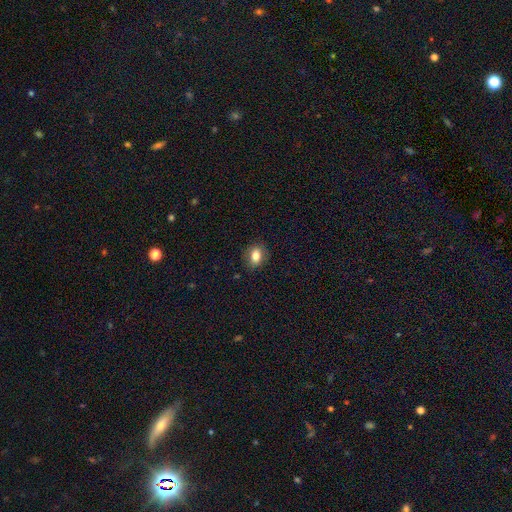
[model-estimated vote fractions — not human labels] Q: Smooth or featured?
A: smooth (81%); runner-up: star or artifact (10%)
Q: How rounded?
A: in between (64%); runner-up: round (34%)
Q: Merging?
A: none (84%); runner-up: minor disturbance (12%)